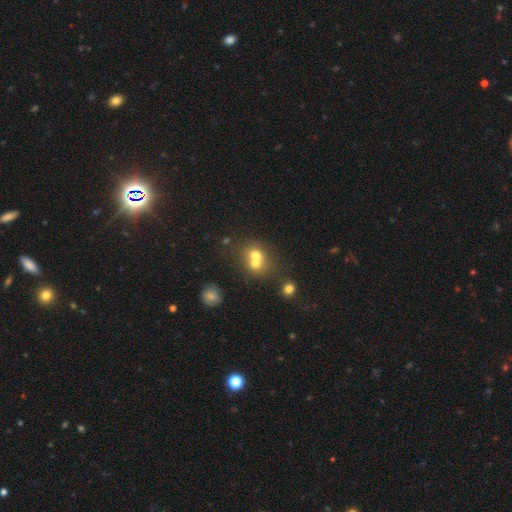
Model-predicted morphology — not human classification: This appears to be a smooth galaxy with no disk features (65%) that is round (70%). Merging: merger (61%).